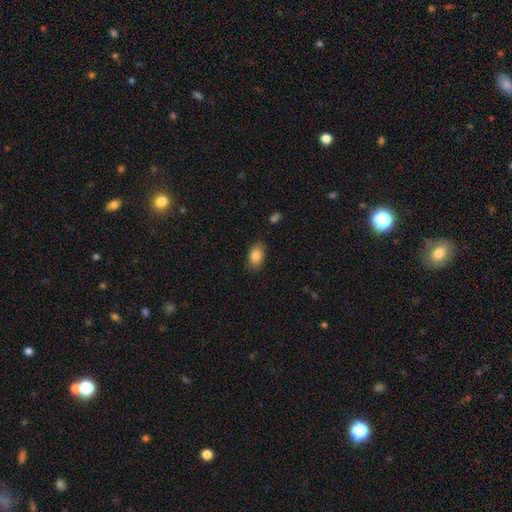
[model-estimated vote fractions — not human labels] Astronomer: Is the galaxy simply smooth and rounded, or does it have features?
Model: smooth — 85%.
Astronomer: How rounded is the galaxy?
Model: in between — 88%.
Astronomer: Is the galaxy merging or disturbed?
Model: none — 85%.